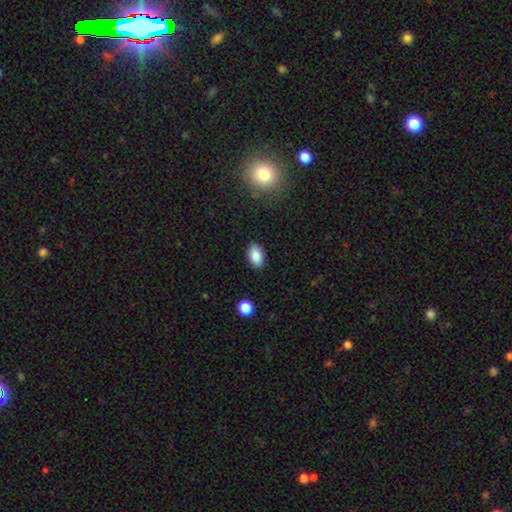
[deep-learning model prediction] A smooth galaxy with no disk features (87%) that is in between round and cigar-shaped (92%).

Vote fractions:
- Smooth or featured? smooth: 87% / star or artifact: 8% / featured or disk: 5%
- How rounded? in between: 92% / round: 6% / cigar-shaped: 2%
- Merging? none: 87% / minor disturbance: 10% / major disturbance: 2% / merger: 1%